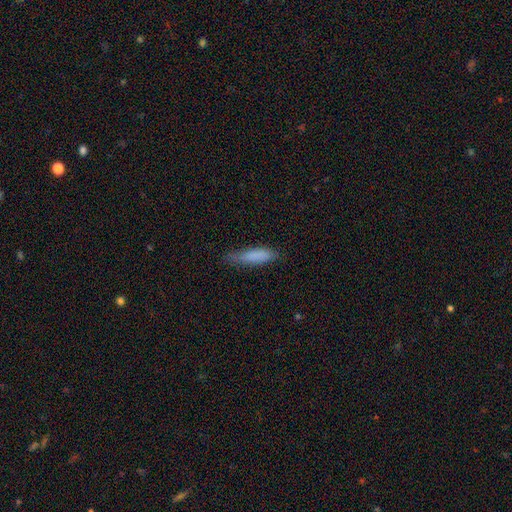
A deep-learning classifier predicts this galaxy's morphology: Smooth or featured? Predicted: smooth (p=0.83). How rounded? Predicted: cigar-shaped (p=0.66). Merging? Predicted: none (p=0.70).